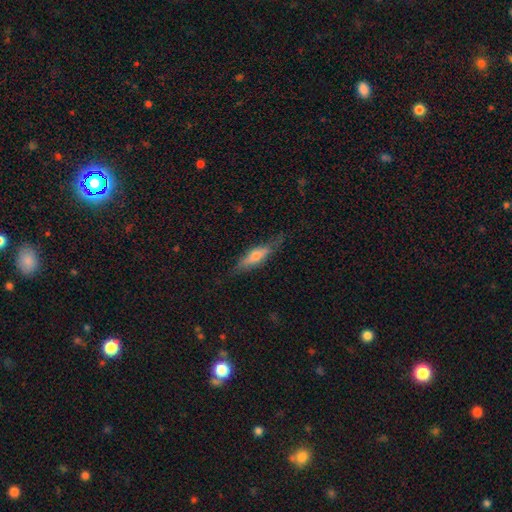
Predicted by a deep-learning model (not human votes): smooth_or_featured: smooth (p=0.51) [alt: featured or disk p=0.42]
how_rounded: cigar-shaped (p=0.61) [alt: in between p=0.36]
merging: none (p=0.72) [alt: minor disturbance p=0.20]